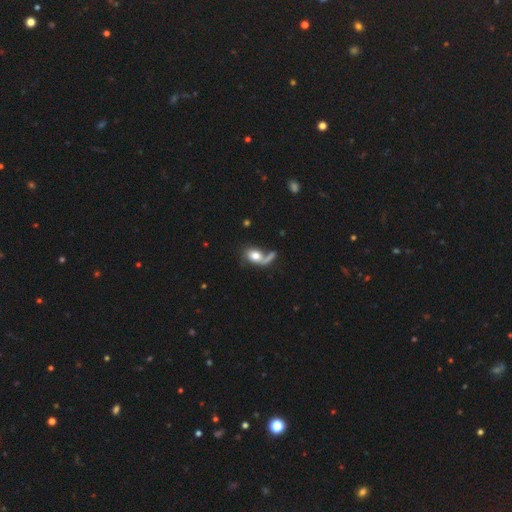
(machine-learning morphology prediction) Q: Smooth or featured?
A: smooth (56%); runner-up: featured or disk (34%)
Q: How rounded?
A: in between (64%); runner-up: round (32%)
Q: Merging?
A: none (34%); runner-up: major disturbance (27%)